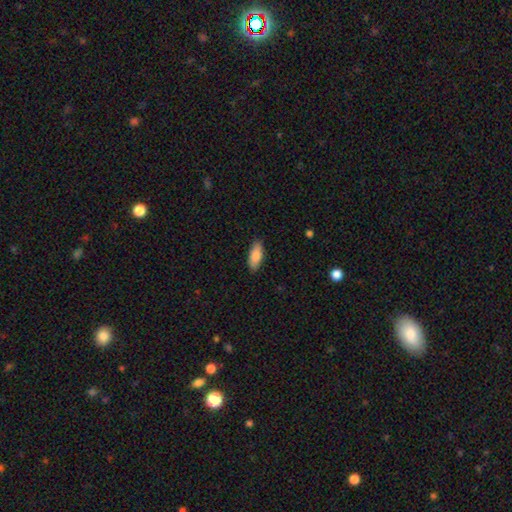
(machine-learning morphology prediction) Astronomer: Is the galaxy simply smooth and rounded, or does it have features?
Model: smooth — 86%.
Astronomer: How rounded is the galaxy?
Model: in between — 83%.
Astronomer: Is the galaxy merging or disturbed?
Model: none — 87%.